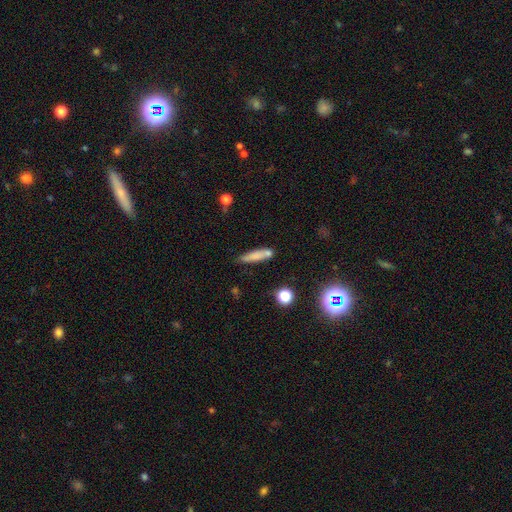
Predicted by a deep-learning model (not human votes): This appears to be a smooth galaxy with no disk features (76%) that is cigar-shaped (79%). Merging: none (63%).